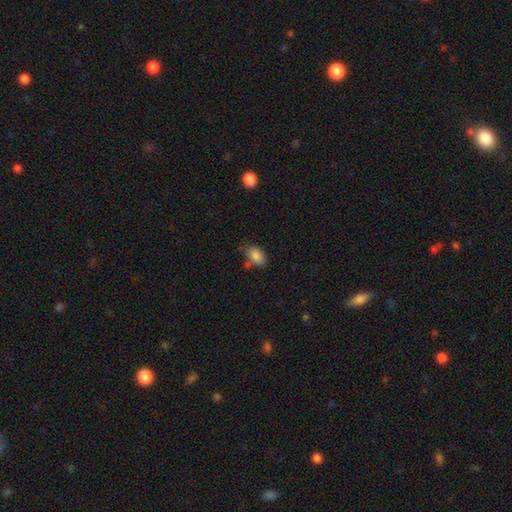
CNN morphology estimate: smooth 85%, star or artifact 8%, featured or disk 7%. Down the decision tree: how rounded — in between (89%); merging — none (61%).